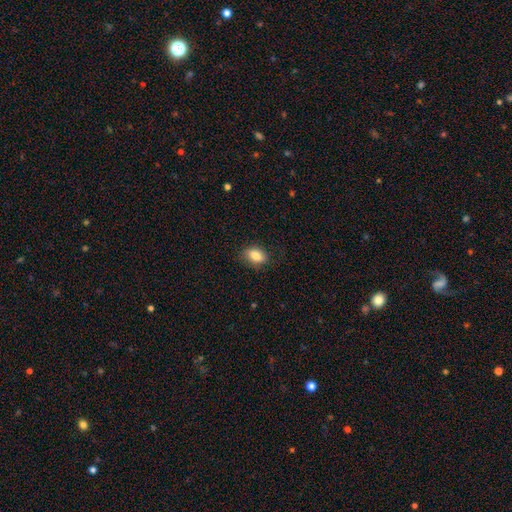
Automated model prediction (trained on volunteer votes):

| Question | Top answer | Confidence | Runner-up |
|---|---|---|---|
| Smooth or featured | smooth | 82% | featured or disk (10%) |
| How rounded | in between | 83% | round (14%) |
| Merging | none | 81% | minor disturbance (15%) |